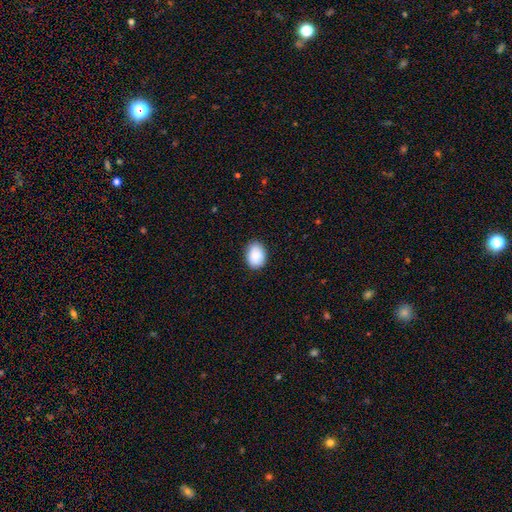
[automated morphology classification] A smooth galaxy with no disk features (90%) that is in between round and cigar-shaped (76%). Merging: none (85%).